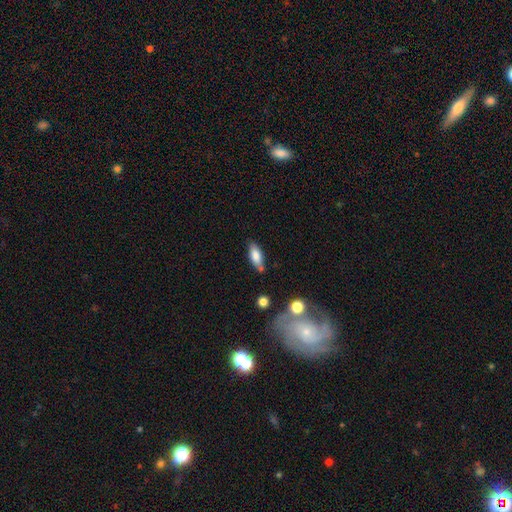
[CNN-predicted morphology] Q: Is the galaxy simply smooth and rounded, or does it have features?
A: smooth — 78%.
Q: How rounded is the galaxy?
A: in between — 78%.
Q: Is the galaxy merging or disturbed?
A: none — 71%.